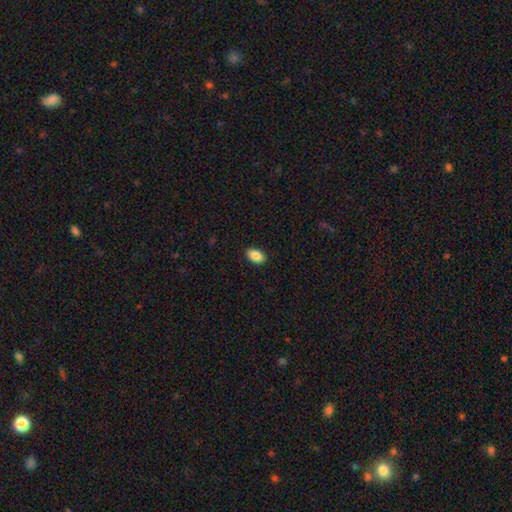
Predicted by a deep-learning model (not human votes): A smooth galaxy with no disk features (87%) that is in between round and cigar-shaped (90%). Merging: none (90%).